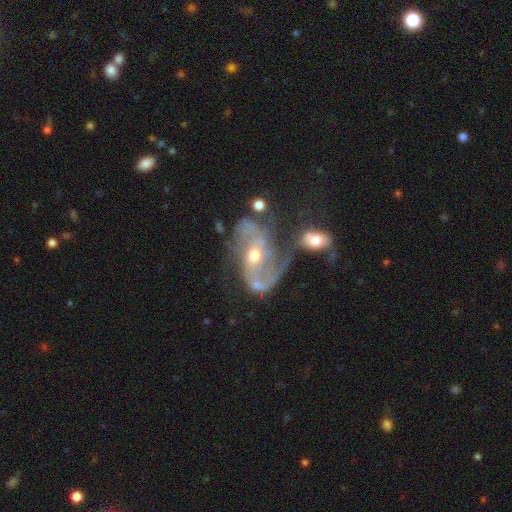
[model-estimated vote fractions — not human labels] Morphology: type=featured or disk (87%); edge-on=no (96%); bar=no (40%); spiral arms=yes (94%); winding=medium (45%); arm count=2 (81%); bulge=moderate (53%); merging=none (39%).